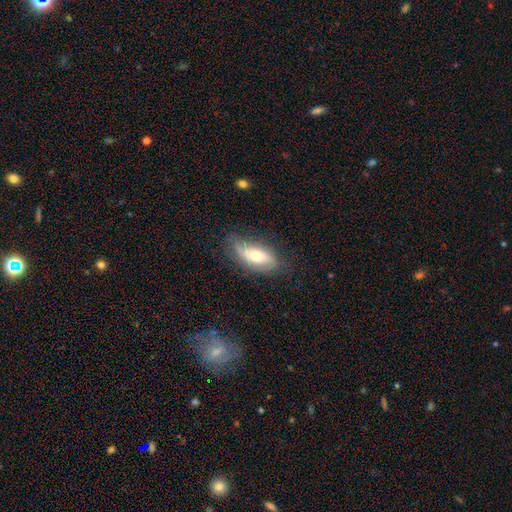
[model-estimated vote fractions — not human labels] A smooth galaxy with no disk features (55%) that is in between round and cigar-shaped (83%).

Vote fractions:
- Smooth or featured? smooth: 55% / featured or disk: 37% / star or artifact: 7%
- How rounded? in between: 83% / cigar-shaped: 13% / round: 4%
- Merging? none: 68% / minor disturbance: 23% / major disturbance: 7% / merger: 2%